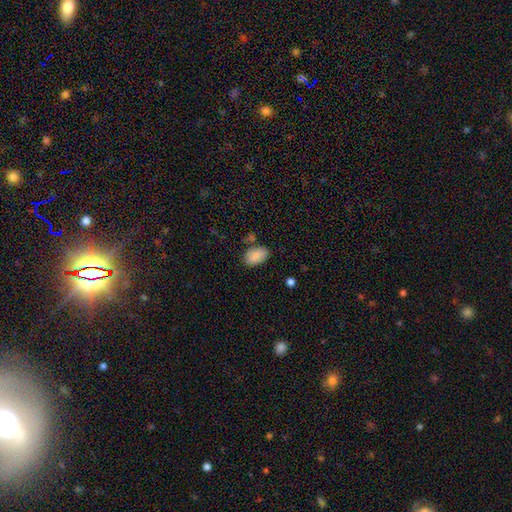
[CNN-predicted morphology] Smooth or featured?
  - smooth: 86% *
  - featured or disk: 7%
  - star or artifact: 7%
How rounded?
  - in between: 92% *
  - round: 7%
  - cigar-shaped: 1%
Merging?
  - none: 76% *
  - minor disturbance: 15%
  - merger: 6%
  - major disturbance: 3%